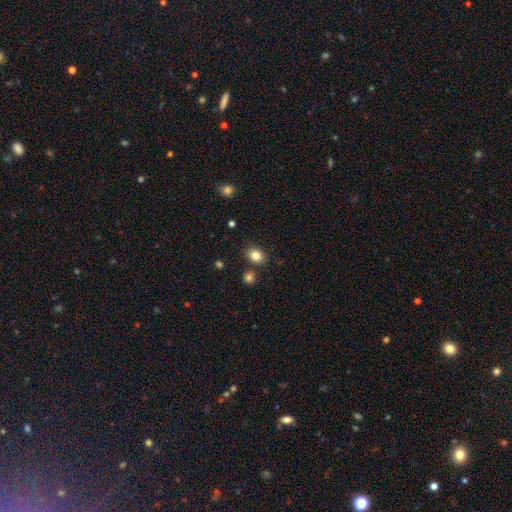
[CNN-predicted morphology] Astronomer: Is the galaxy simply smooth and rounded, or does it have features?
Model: smooth — 83%.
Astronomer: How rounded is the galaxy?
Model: round — 53% (runner-up: in between, 46%).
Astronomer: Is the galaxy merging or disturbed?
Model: none — 81%.